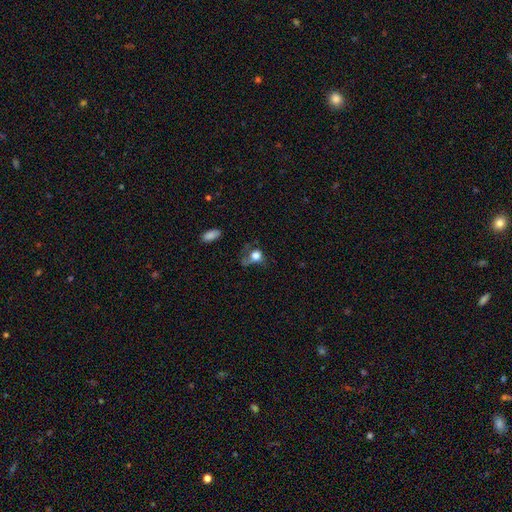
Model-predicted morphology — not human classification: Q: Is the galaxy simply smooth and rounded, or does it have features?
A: smooth — 67%.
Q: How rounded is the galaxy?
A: round — 63%.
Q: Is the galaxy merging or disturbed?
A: major disturbance — 41%.